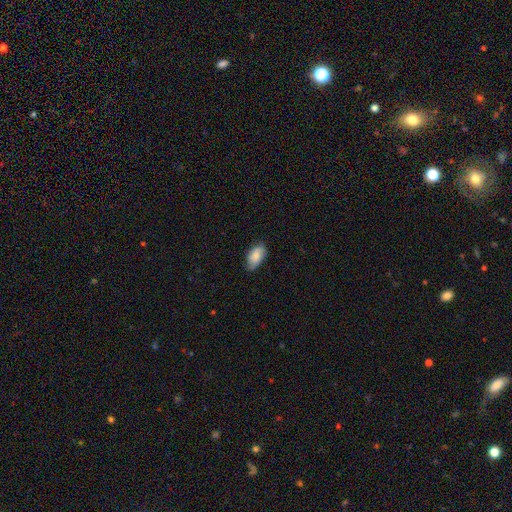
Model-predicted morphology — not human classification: Smooth or featured: smooth — 80% (featured or disk — 13%)
How rounded: in between — 93% (round — 4%)
Merging: none — 74% (minor disturbance — 22%)